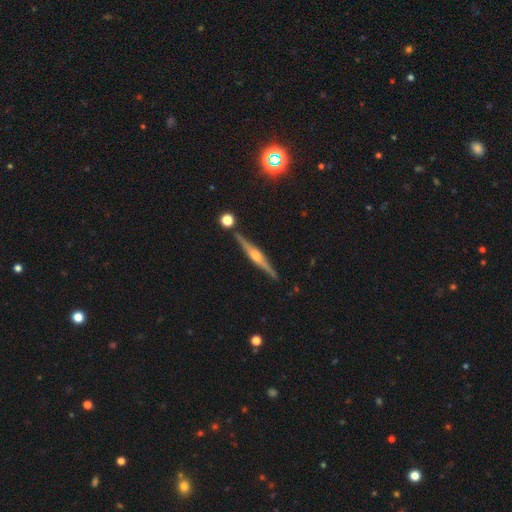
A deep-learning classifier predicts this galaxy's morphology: This appears to be a featured or disk galaxy (82%) viewed edge-on (98%) with a rounded central bulge (85%). Merging: none (89%).